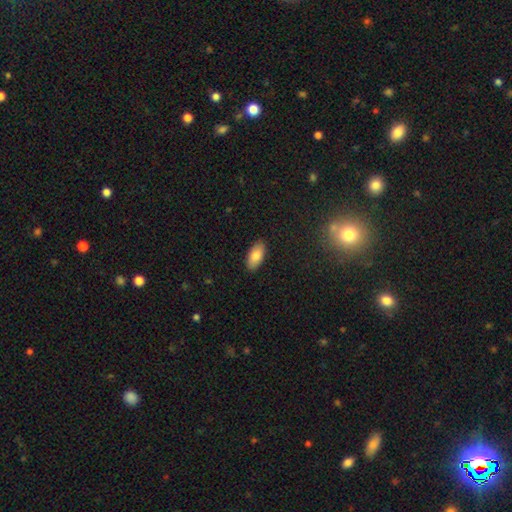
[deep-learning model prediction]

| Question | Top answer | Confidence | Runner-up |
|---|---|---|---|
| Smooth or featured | smooth | 81% | featured or disk (12%) |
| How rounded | in between | 91% | cigar-shaped (6%) |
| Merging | none | 89% | minor disturbance (8%) |